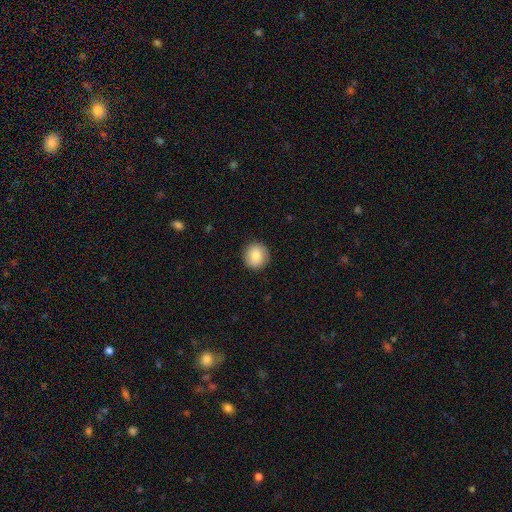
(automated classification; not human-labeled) smooth 83%, featured or disk 9%, star or artifact 8%. Down the decision tree: how rounded — round (92%); merging — none (90%).